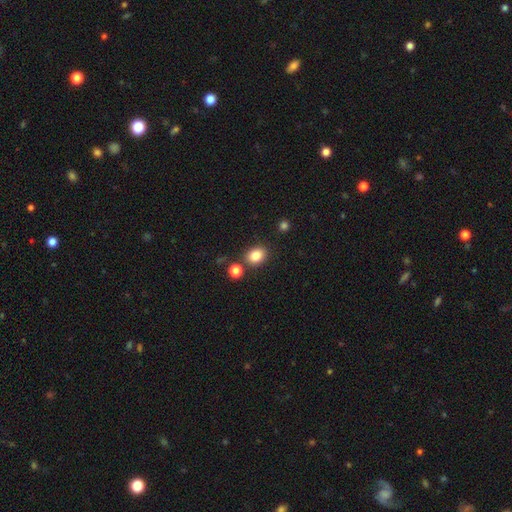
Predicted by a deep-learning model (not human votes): A smooth galaxy with no disk features (84%) that is in between round and cigar-shaped (55%). Merging: none (78%).